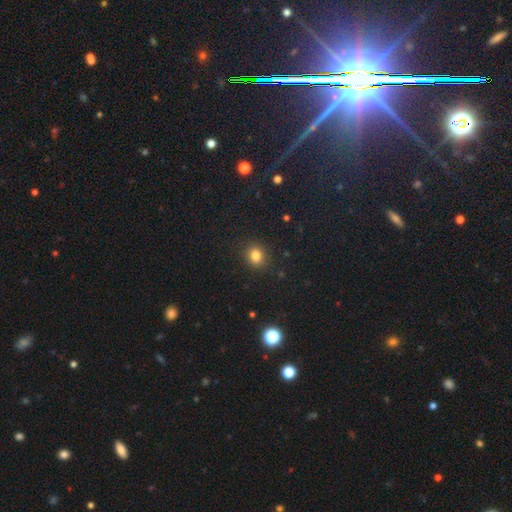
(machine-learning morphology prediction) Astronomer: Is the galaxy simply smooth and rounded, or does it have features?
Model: smooth — 81%.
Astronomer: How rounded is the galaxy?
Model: round — 77%.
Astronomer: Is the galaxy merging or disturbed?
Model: none — 89%.